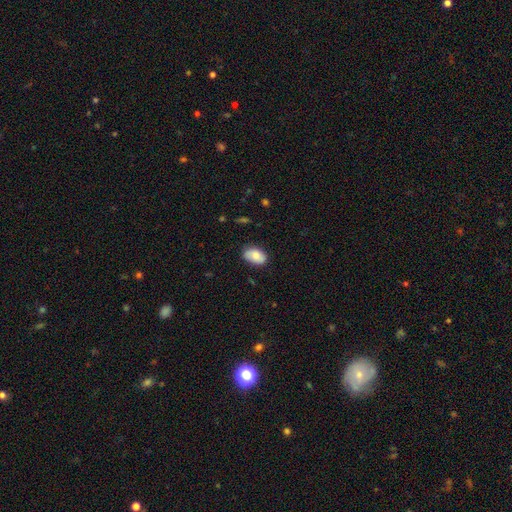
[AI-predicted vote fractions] This is likely a smooth galaxy (78%). How rounded: clearly in between (89%). Merging: likely none (77%).